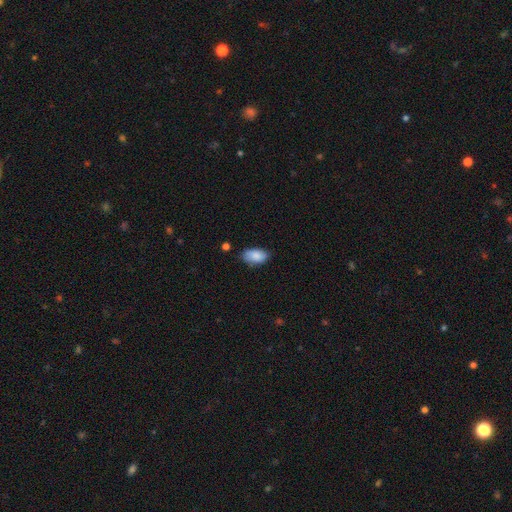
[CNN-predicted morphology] Smooth or featured? Predicted: smooth (p=0.86). How rounded? Predicted: in between (p=0.94). Merging? Predicted: none (p=0.74).